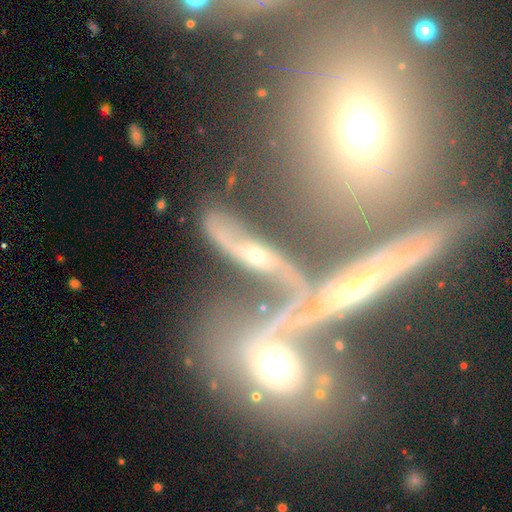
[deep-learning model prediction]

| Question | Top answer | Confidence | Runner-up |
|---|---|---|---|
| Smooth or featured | featured or disk | 57% | smooth (27%) |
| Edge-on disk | no | 67% | yes (33%) |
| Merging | merger | 42% | none (34%) |